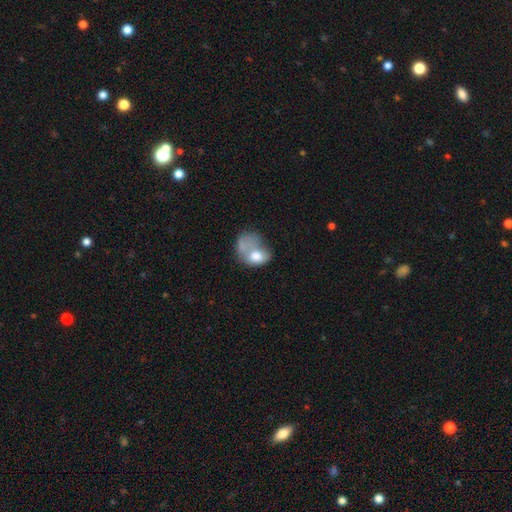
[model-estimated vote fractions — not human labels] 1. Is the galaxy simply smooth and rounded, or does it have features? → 64% smooth, 28% featured or disk, 9% star or artifact.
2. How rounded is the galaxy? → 67% in between, 32% round, 1% cigar-shaped.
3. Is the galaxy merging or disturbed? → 35% major disturbance (tied), 35% merger (tied), 15% minor disturbance, 15% none.